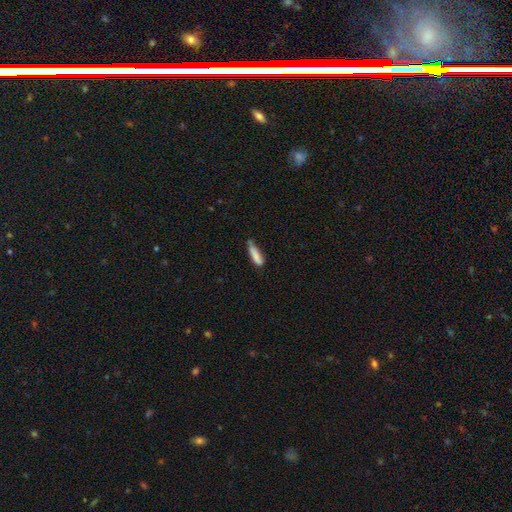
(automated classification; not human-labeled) The model was most divided on "merging": none: 51%, minor disturbance: 35%, major disturbance: 8%, merger: 5%. More confident: smooth or featured — smooth (83%); how rounded — cigar-shaped (66%).